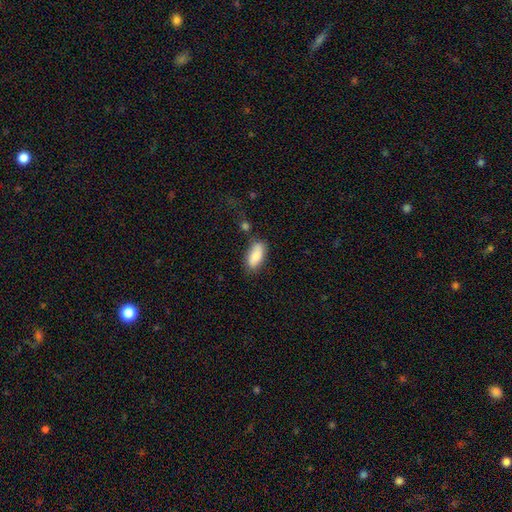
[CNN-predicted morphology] smooth-or-featured: smooth: 85% | featured or disk: 9% | star or artifact: 6%
  how-rounded: in between: 87% | cigar-shaped: 11% | round: 2%
  merging: none: 72% | minor disturbance: 18% | merger: 6% | major disturbance: 4%